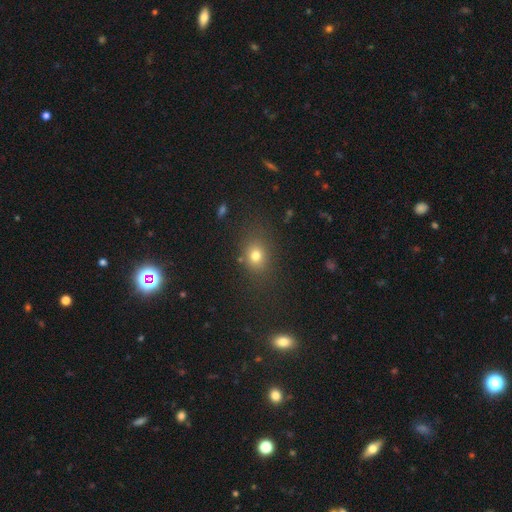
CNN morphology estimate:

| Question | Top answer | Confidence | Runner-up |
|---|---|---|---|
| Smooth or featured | smooth | 75% | star or artifact (15%) |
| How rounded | round | 54% | in between (45%) |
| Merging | none | 78% | minor disturbance (13%) |